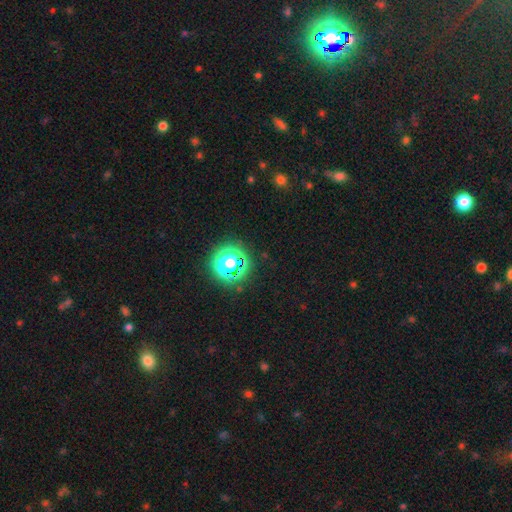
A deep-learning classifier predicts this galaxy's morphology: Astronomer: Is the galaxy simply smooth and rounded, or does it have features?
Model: star or artifact — 77%.